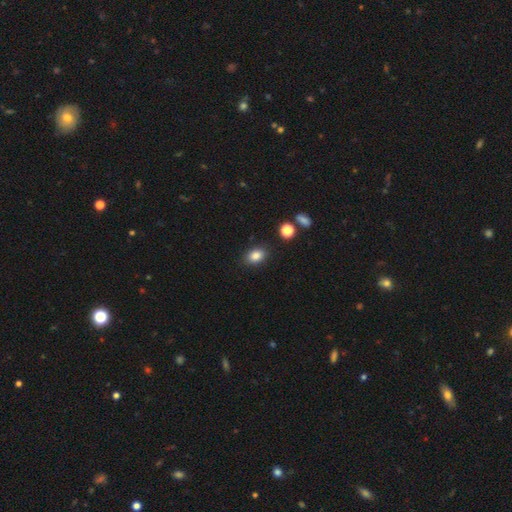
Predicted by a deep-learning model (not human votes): Smooth or featured?
  - smooth: 85% *
  - star or artifact: 10%
  - featured or disk: 5%
How rounded?
  - in between: 77% *
  - round: 22%
  - cigar-shaped: 1%
Merging?
  - none: 86% *
  - minor disturbance: 9%
  - major disturbance: 3%
  - merger: 2%